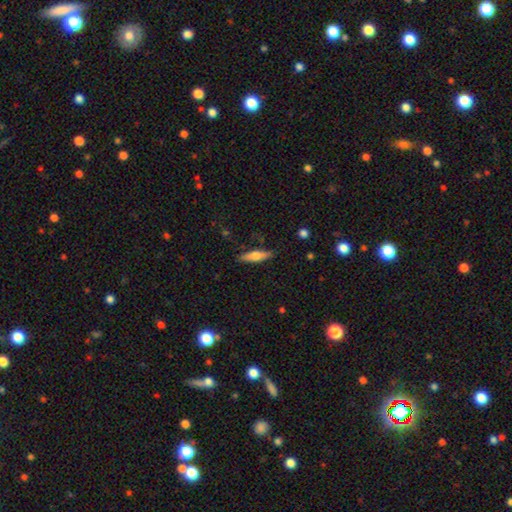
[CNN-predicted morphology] smooth_or_featured: smooth (p=0.60) [alt: featured or disk p=0.34]
how_rounded: cigar-shaped (p=0.65) [alt: in between p=0.32]
merging: none (p=0.83) [alt: minor disturbance p=0.12]